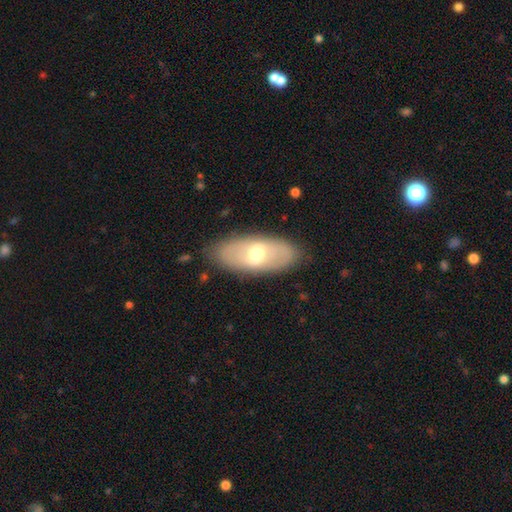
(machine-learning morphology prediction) Q: Smooth or featured?
A: featured or disk (50%); runner-up: smooth (43%)
Q: Merging?
A: none (85%); runner-up: minor disturbance (11%)